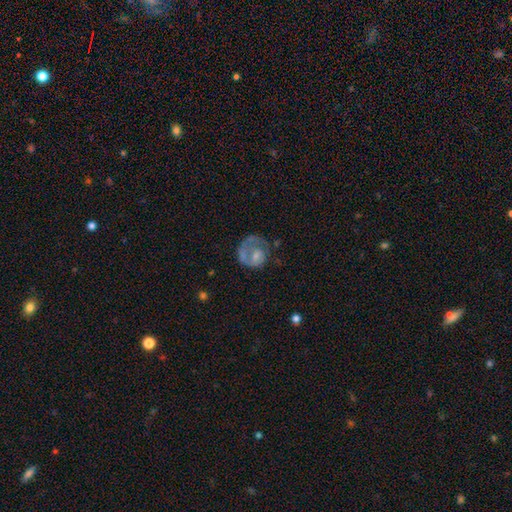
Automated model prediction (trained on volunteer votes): Smooth or featured? featured or disk (53%)
Edge-on disk? no (98%)
Bar? no (74%)
Spiral arms? yes (56%)
Bulge size? small (35%)
Merging? major disturbance (39%)